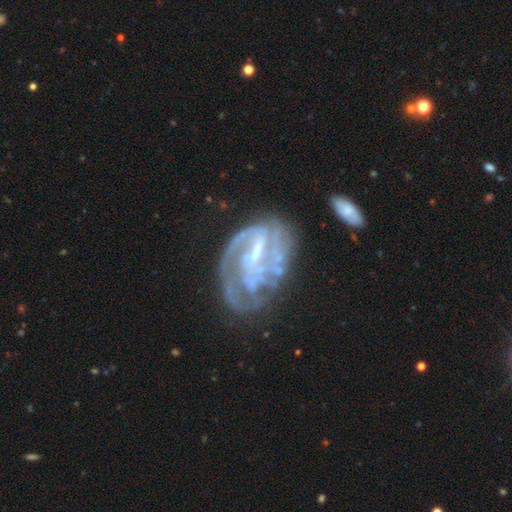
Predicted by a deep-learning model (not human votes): Smooth or featured: featured or disk — 83% (smooth — 10%)
Edge-on disk: no — 97% (yes — 3%)
Bar: weak — 48% (strong — 27%)
Spiral arms: yes — 83% (no — 17%)
Spiral winding: tight — 44% (medium — 38%)
Spiral arm count: can't tell — 38% (2 — 28%)
Bulge size: small — 54% (moderate — 25%)
Merging: none — 41% (major disturbance — 30%)